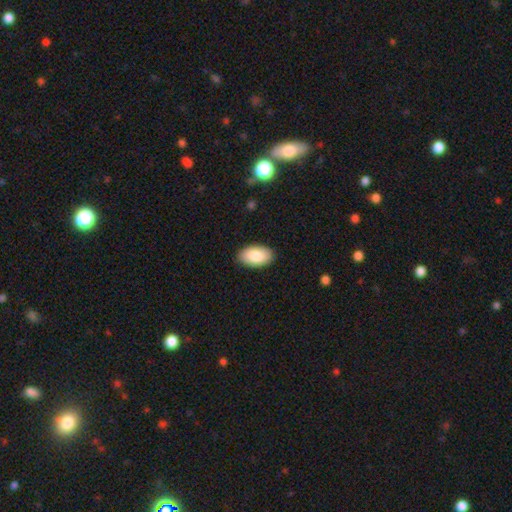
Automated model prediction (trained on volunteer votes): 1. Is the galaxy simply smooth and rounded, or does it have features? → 87% smooth, 7% featured or disk, 6% star or artifact.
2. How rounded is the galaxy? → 95% in between, 3% round, 1% cigar-shaped.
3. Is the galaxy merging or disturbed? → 89% none, 9% minor disturbance, 2% major disturbance, 1% merger.